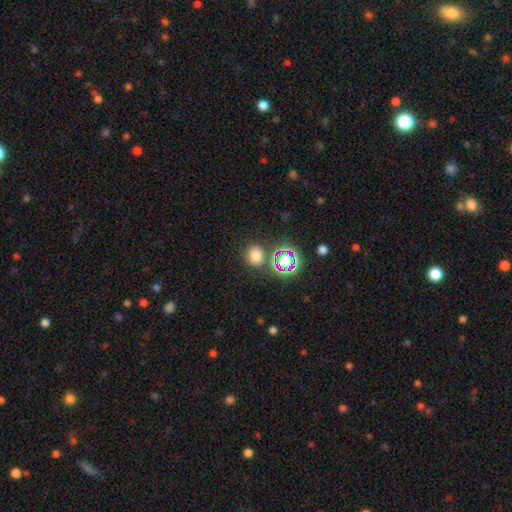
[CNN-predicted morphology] type=smooth (70%); roundness=round (75%); merging=none (78%).